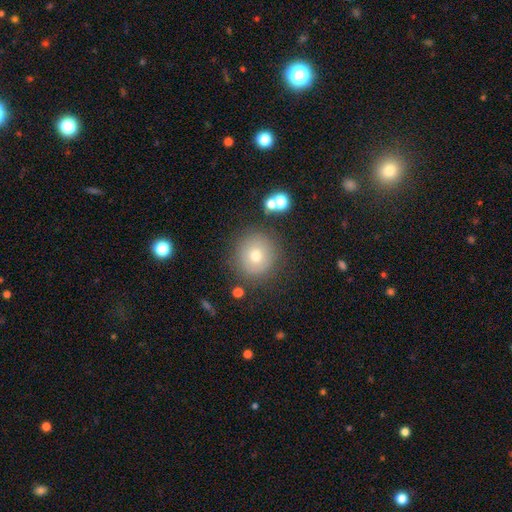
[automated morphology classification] smooth_or_featured: smooth (p=0.70) [alt: featured or disk p=0.16]
how_rounded: round (p=0.94) [alt: in between p=0.05]
merging: none (p=0.83) [alt: minor disturbance p=0.10]